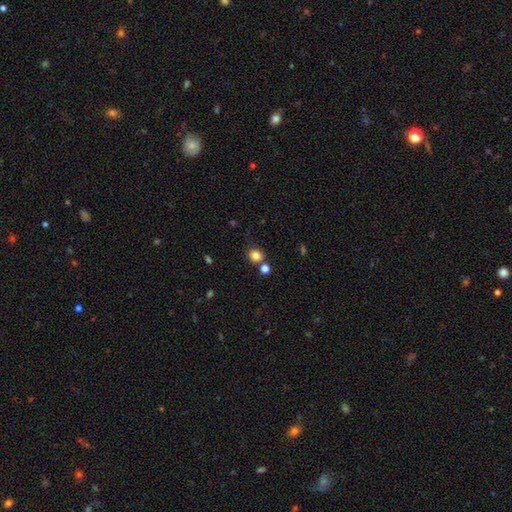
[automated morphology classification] This is clearly a smooth galaxy (82%). How rounded: clearly round (84%). Merging: likely none (72%).